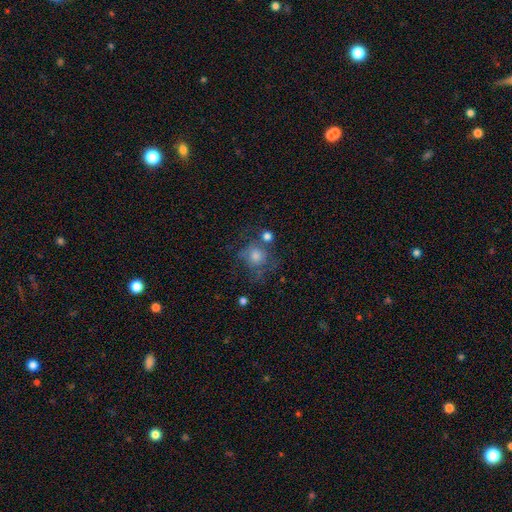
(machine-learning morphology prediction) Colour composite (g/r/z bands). It shows a smooth galaxy with no disk features (50%). Merging: none (52%).